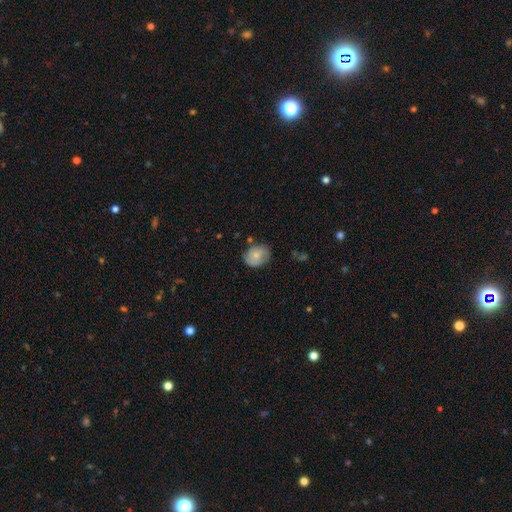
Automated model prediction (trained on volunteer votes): The model was most divided on "how rounded": round: 51%, in between: 48%, cigar-shaped: 1%. More confident: merging — none (71%); smooth or featured — smooth (67%).